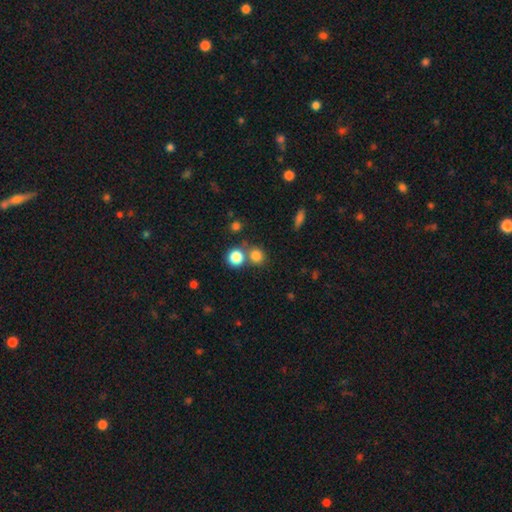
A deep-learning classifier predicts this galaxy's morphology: Overall: smooth (80%). How rounded: round (86%). Merging: none (63%; merger 26%).